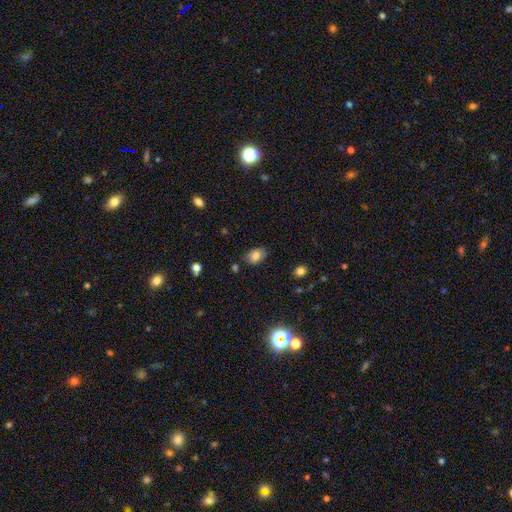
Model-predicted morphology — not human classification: type=smooth (80%); roundness=in between (82%); merging=none (80%).